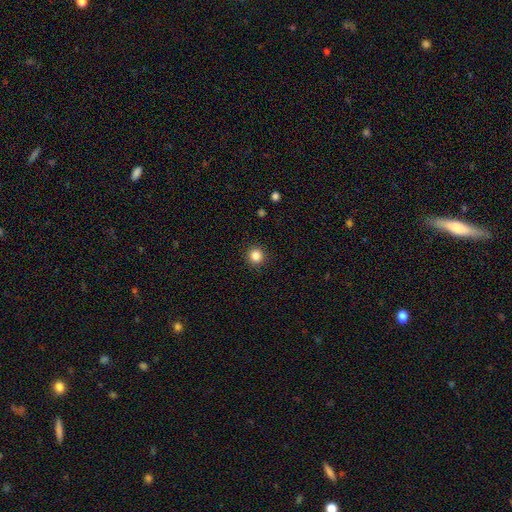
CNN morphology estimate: smooth-or-featured: smooth: 85% | star or artifact: 11% | featured or disk: 4%
  how-rounded: round: 94% | in between: 5% | cigar-shaped: 1%
  merging: none: 92% | minor disturbance: 5% | major disturbance: 2% | merger: 1%